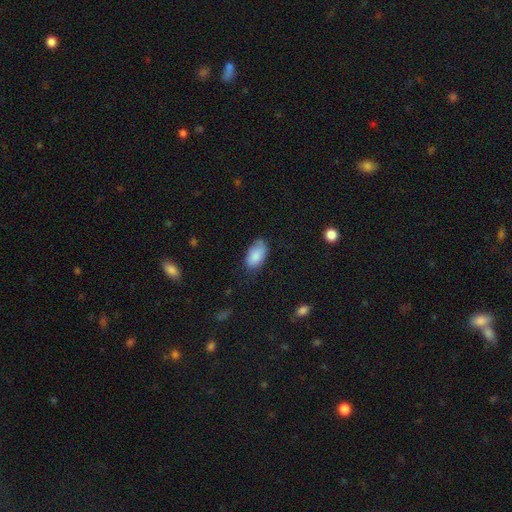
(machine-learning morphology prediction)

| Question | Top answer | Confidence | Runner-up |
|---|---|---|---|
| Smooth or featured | smooth | 86% | star or artifact (7%) |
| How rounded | in between | 94% | round (4%) |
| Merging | none | 65% | minor disturbance (27%) |